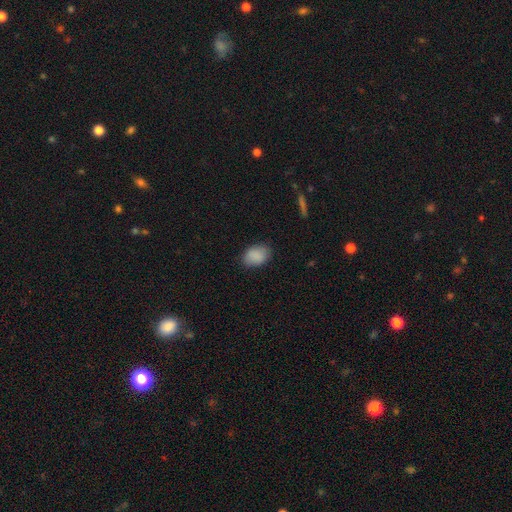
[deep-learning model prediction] Smooth or featured?
  - smooth: 88% *
  - star or artifact: 8%
  - featured or disk: 5%
How rounded?
  - in between: 80% *
  - round: 19%
  - cigar-shaped: 1%
Merging?
  - none: 81% *
  - minor disturbance: 15%
  - major disturbance: 3%
  - merger: 1%